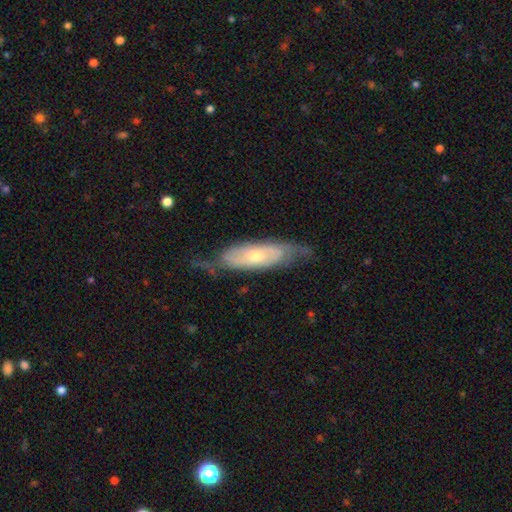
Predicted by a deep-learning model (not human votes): Smooth or featured? Predicted: featured or disk (p=0.66). Edge-on disk? Predicted: no (p=0.76). Bar? Predicted: no (p=0.69). Spiral arms? Predicted: yes (p=0.78). Bulge size? Predicted: moderate (p=0.51). Merging? Predicted: none (p=0.57).